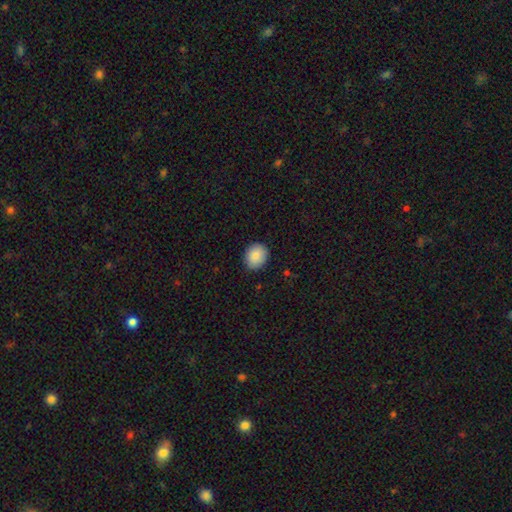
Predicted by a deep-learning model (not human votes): This appears to be a smooth galaxy with no disk features (88%) that is round (59%). Merging: none (87%).